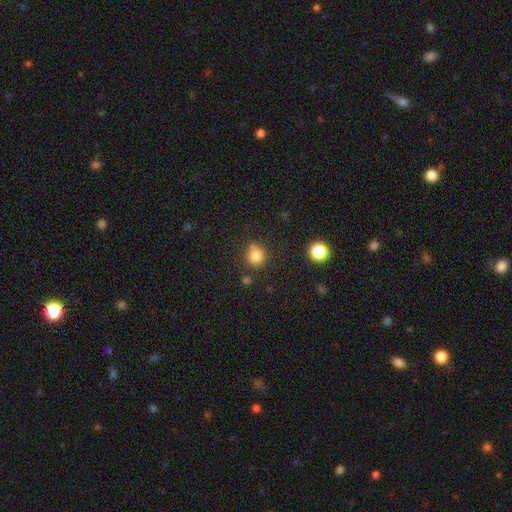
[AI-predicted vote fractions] Smooth or featured?
  - smooth: 81% *
  - star or artifact: 12%
  - featured or disk: 6%
How rounded?
  - round: 83% *
  - in between: 16%
  - cigar-shaped: 1%
Merging?
  - none: 69% *
  - minor disturbance: 16%
  - merger: 11%
  - major disturbance: 5%